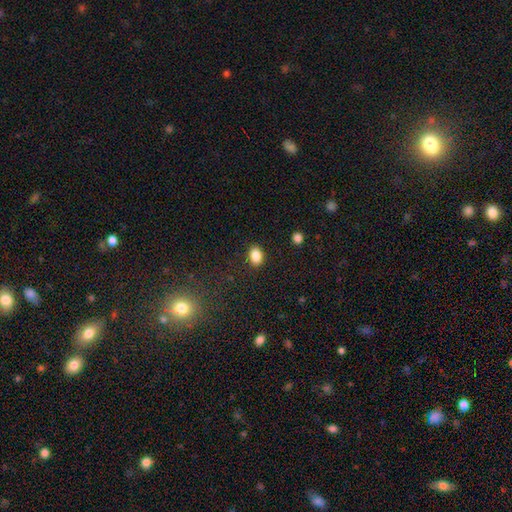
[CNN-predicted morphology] Q: Smooth or featured?
A: smooth (87%); runner-up: star or artifact (9%)
Q: How rounded?
A: in between (80%); runner-up: round (18%)
Q: Merging?
A: none (87%); runner-up: minor disturbance (9%)